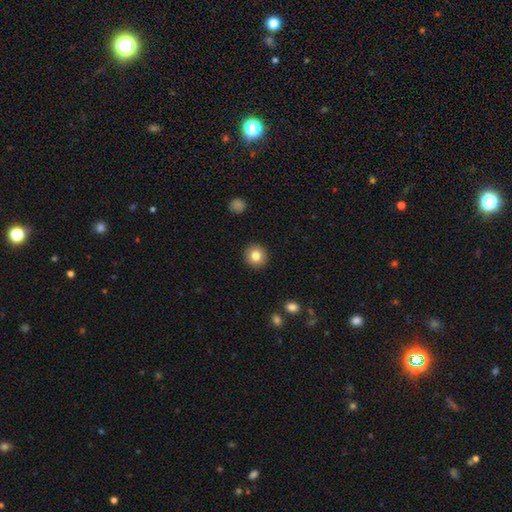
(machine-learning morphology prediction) Smooth or featured? Predicted: smooth (p=0.82). How rounded? Predicted: round (p=0.94). Merging? Predicted: none (p=0.92).